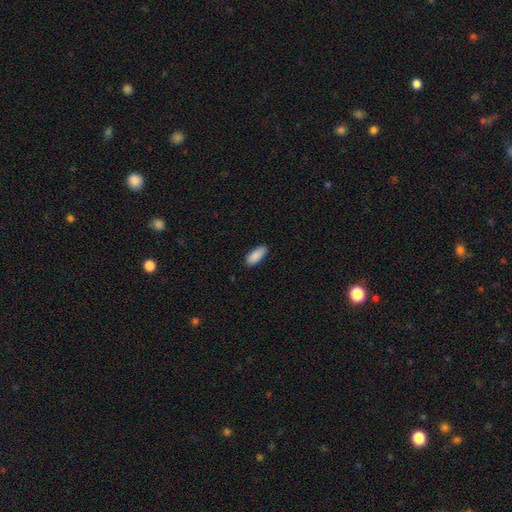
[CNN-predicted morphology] Smooth or featured: smooth — 90% (star or artifact — 6%)
How rounded: in between — 83% (cigar-shaped — 16%)
Merging: none — 87% (minor disturbance — 10%)